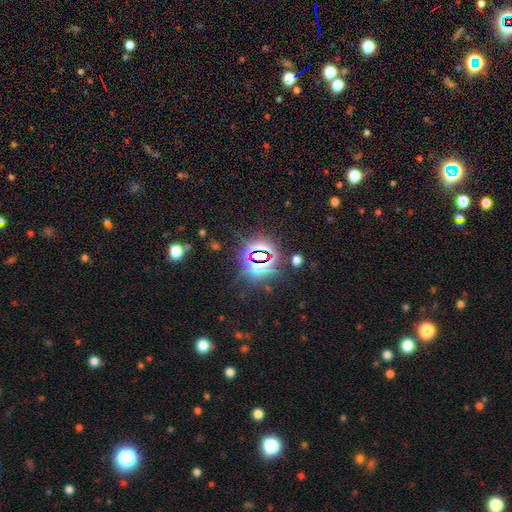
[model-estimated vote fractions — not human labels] Smooth or featured? star or artifact (82%)